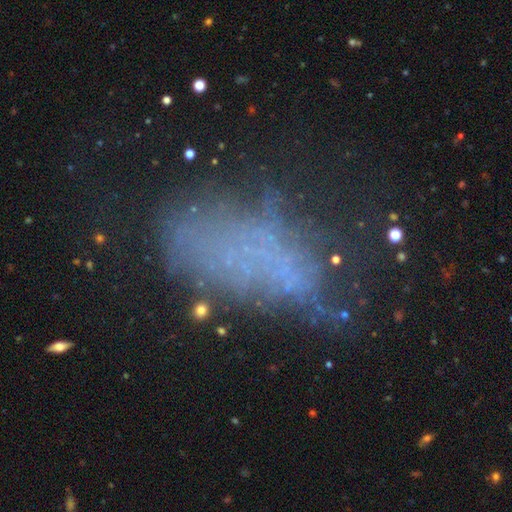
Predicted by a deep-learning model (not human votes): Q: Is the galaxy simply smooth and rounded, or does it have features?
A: smooth — 42%.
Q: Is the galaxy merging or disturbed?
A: none — 40%.